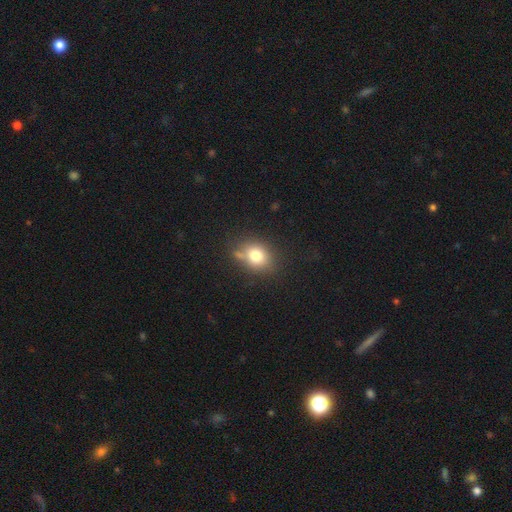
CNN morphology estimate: Smooth or featured?
  - smooth: 77% *
  - featured or disk: 12%
  - star or artifact: 11%
How rounded?
  - in between: 50% *
  - round: 49%
  - cigar-shaped: 1%
Merging?
  - none: 63% *
  - minor disturbance: 20%
  - merger: 11%
  - major disturbance: 6%